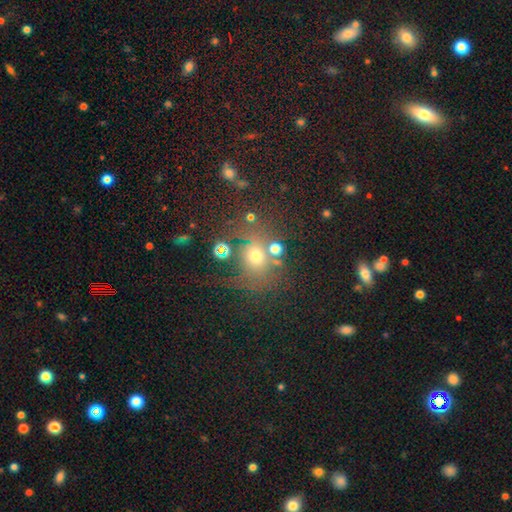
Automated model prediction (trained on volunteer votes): Overall: smooth (59%; star or artifact 24%). How rounded: round (69%; in between 30%). Merging: none (57%).